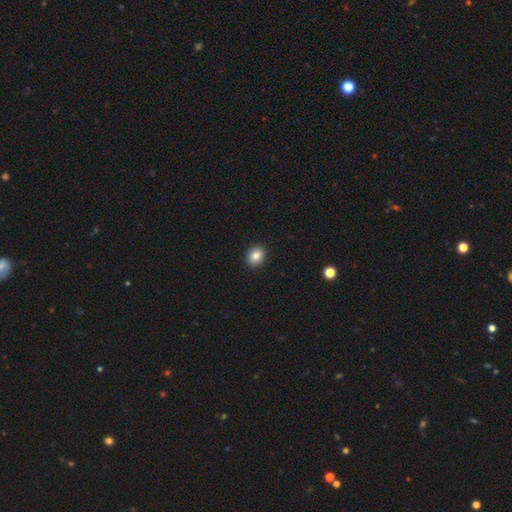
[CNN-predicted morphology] Overall: smooth (84%). How rounded: round (50%; in between 49%). Merging: none (92%).